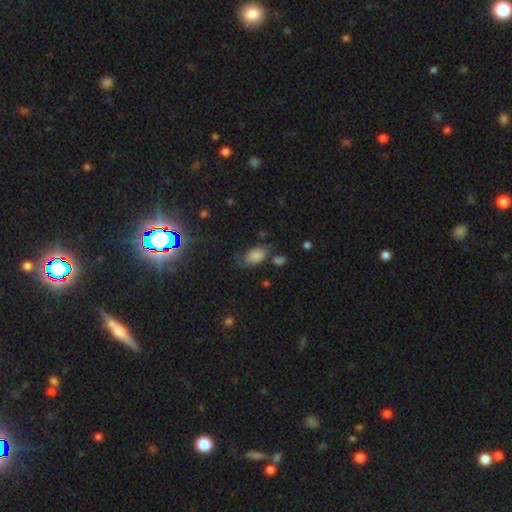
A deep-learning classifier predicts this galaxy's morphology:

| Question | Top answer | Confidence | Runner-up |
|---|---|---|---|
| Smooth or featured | smooth | 75% | featured or disk (13%) |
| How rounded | in between | 89% | round (9%) |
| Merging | none | 49% | minor disturbance (27%) |